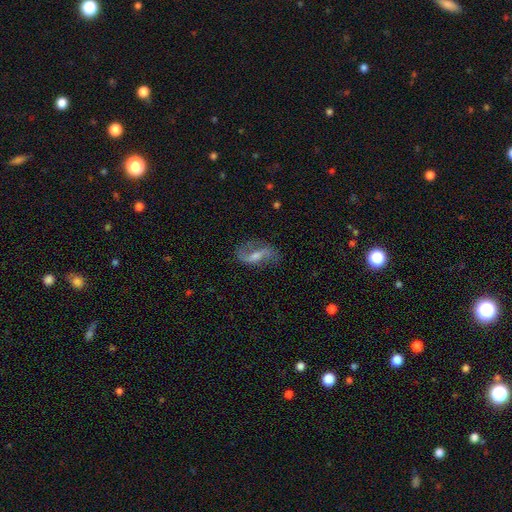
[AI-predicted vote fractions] This appears to be a featured or disk galaxy (77%) with a weak bar (45%), 2 (87%) loose (68%) spiral arms (90%) and a moderate central bulge (43%). Merging: none (69%).